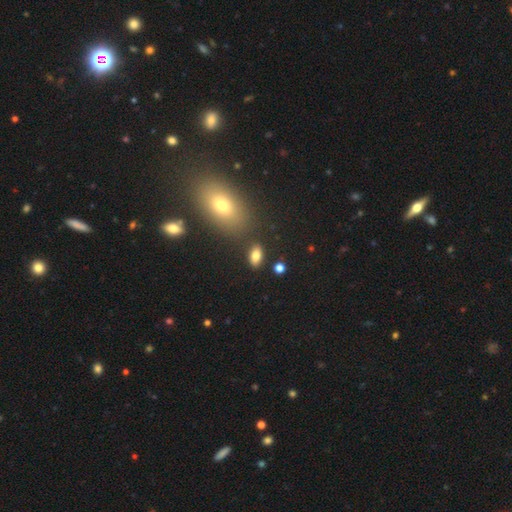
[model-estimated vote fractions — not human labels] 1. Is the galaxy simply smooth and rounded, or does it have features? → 81% smooth, 9% star or artifact, 9% featured or disk.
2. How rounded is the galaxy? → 89% in between, 7% round, 4% cigar-shaped.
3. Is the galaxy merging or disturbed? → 83% none, 10% minor disturbance, 4% merger, 3% major disturbance.